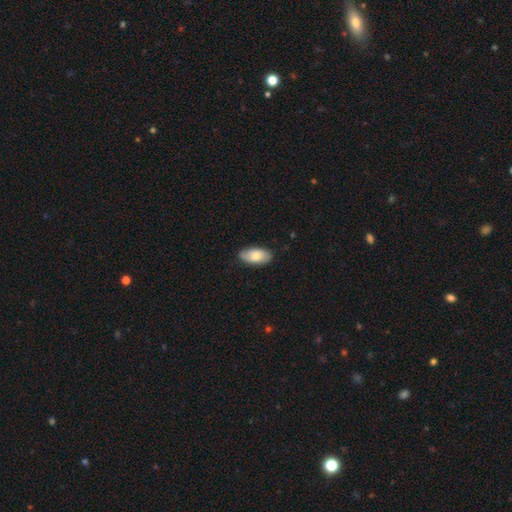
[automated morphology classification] Q: Smooth or featured?
A: smooth (76%); runner-up: featured or disk (18%)
Q: How rounded?
A: in between (94%); runner-up: cigar-shaped (4%)
Q: Merging?
A: none (81%); runner-up: minor disturbance (15%)